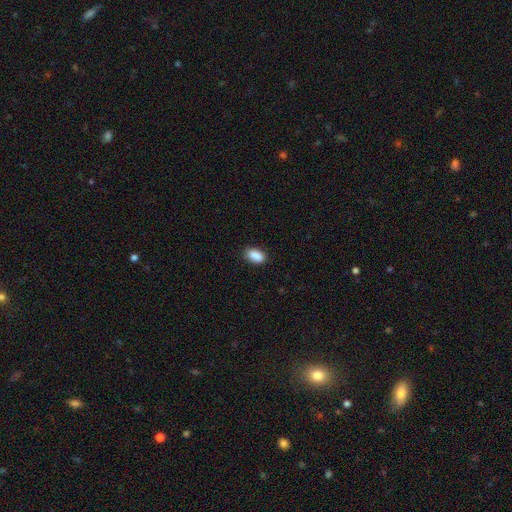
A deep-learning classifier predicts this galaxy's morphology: A smooth galaxy with no disk features (90%) that is in between round and cigar-shaped (92%). Merging: none (86%).